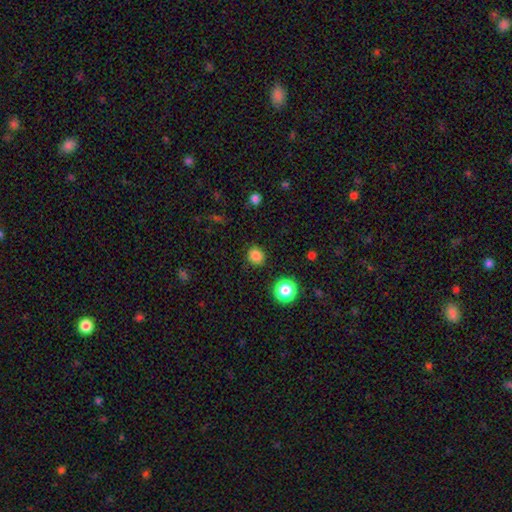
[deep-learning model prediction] This is clearly a smooth galaxy (83%). How rounded: clearly round (86%). Merging: clearly none (88%).